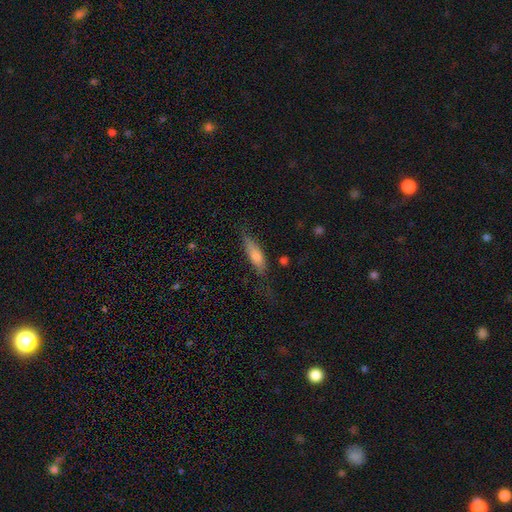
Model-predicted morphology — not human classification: Smooth or featured?
  - smooth: 74% *
  - featured or disk: 19%
  - star or artifact: 7%
How rounded?
  - cigar-shaped: 50% *
  - in between: 48%
  - round: 2%
Merging?
  - none: 49% *
  - minor disturbance: 31%
  - major disturbance: 17%
  - merger: 3%